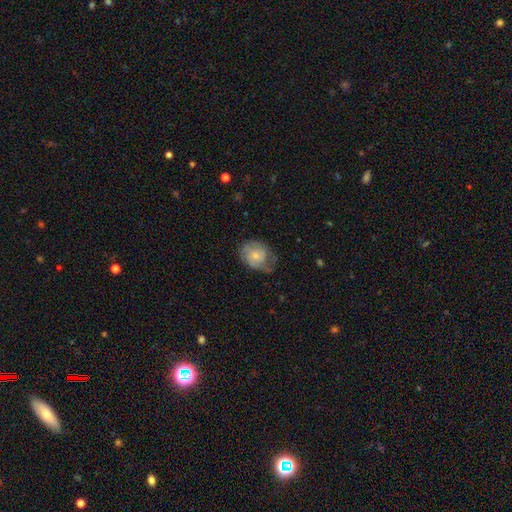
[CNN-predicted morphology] Overall: featured or disk (48%; smooth 45%). Merging: none (51%; minor disturbance 31%).